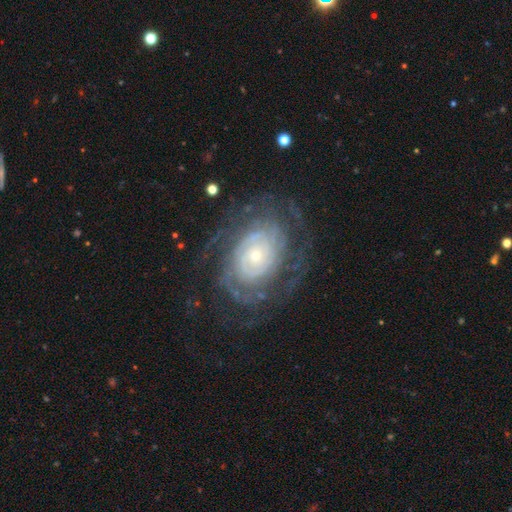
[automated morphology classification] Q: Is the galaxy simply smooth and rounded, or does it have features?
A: featured or disk — 86%.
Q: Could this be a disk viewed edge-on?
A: no — 96%.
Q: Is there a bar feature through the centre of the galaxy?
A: no — 79%.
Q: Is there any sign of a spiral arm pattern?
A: yes — 94%.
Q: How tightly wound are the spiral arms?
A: tight — 78%.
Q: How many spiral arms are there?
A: can't tell — 40%.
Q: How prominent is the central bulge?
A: small — 72%.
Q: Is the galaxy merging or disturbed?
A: none — 72%.